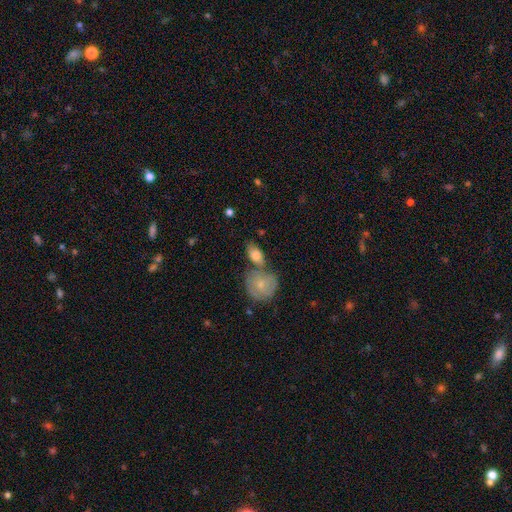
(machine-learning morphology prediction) Smooth or featured? Predicted: smooth (p=0.75). How rounded? Predicted: in between (p=0.79). Merging? Predicted: none (p=0.45).